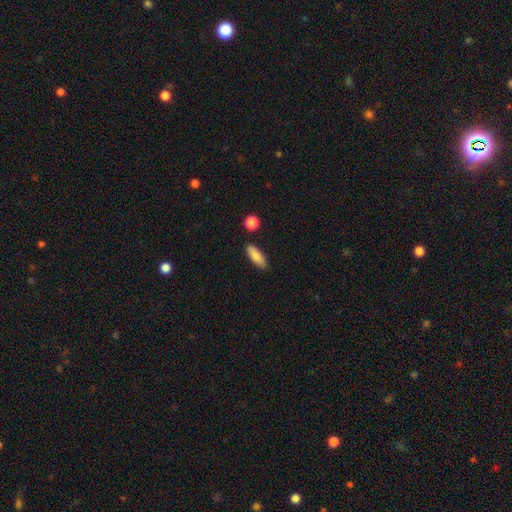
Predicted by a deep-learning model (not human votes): Smooth or featured: smooth — 85% (featured or disk — 8%)
How rounded: in between — 66% (cigar-shaped — 32%)
Merging: none — 86% (minor disturbance — 9%)